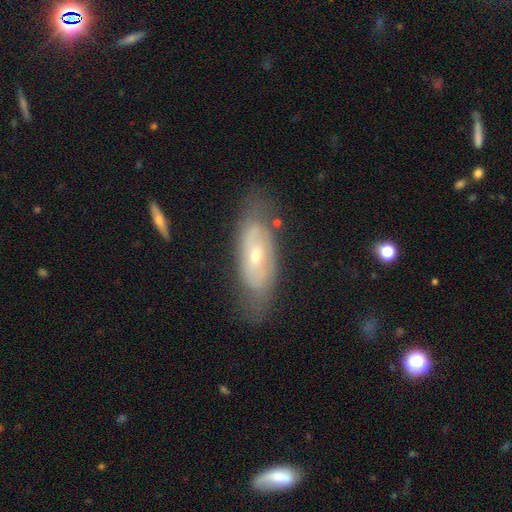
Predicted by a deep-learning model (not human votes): A featured or disk galaxy (57%). Merging: none (71%).